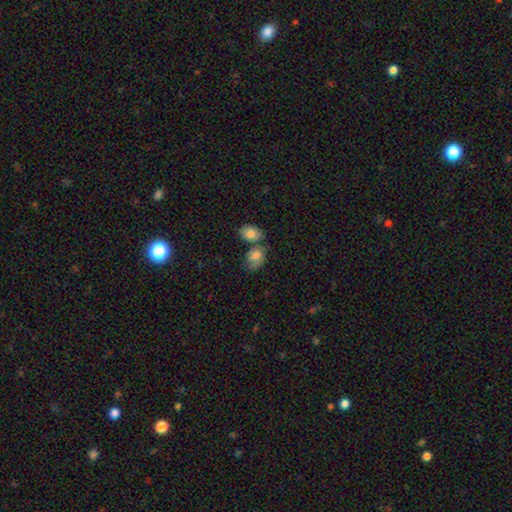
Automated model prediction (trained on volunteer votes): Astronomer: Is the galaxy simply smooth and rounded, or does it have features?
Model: smooth — 73%.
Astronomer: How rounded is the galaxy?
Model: in between — 76%.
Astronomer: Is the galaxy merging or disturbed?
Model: none — 40% (runner-up: merger, 34%).